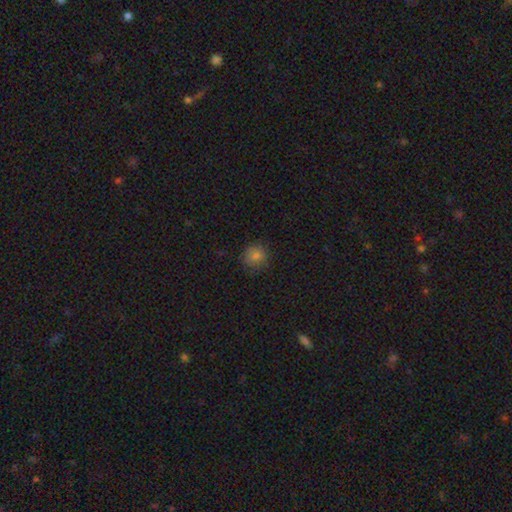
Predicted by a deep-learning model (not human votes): smooth 82%, star or artifact 12%, featured or disk 6%. Down the decision tree: how rounded — round (85%); merging — none (85%).